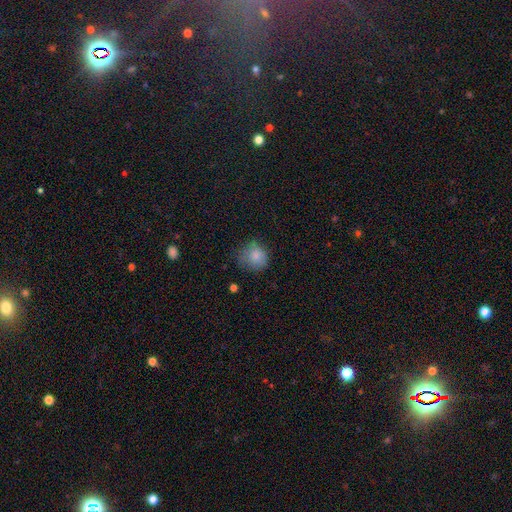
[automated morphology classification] This is clearly a smooth galaxy (81%). How rounded: likely round (78%). Merging: possibly none (57%).